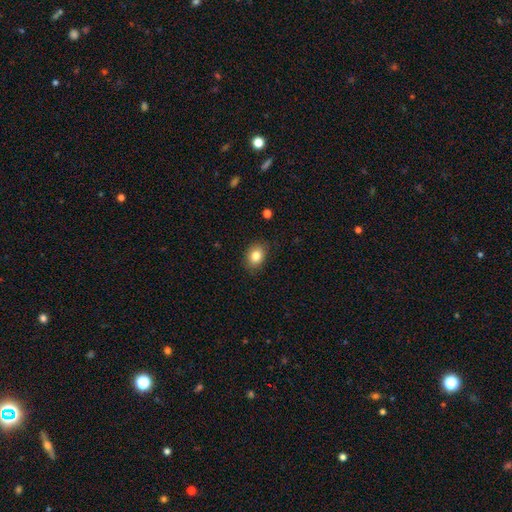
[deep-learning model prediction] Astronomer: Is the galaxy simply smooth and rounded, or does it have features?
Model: smooth — 83%.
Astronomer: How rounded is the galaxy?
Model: in between — 58% (runner-up: round, 41%).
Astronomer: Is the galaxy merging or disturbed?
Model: none — 85%.